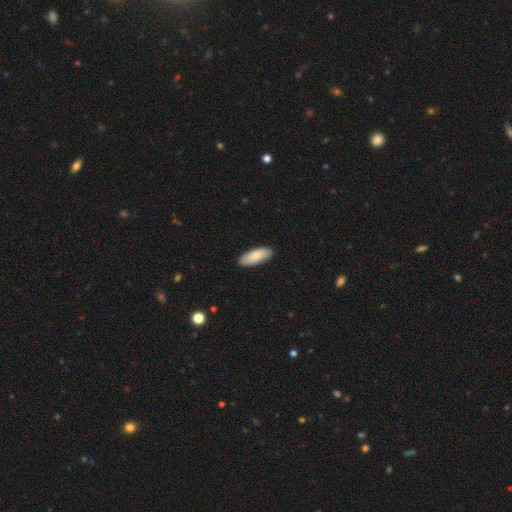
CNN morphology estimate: This appears to be a smooth galaxy with no disk features (83%) that is in between round and cigar-shaped (77%). Merging: none (88%).